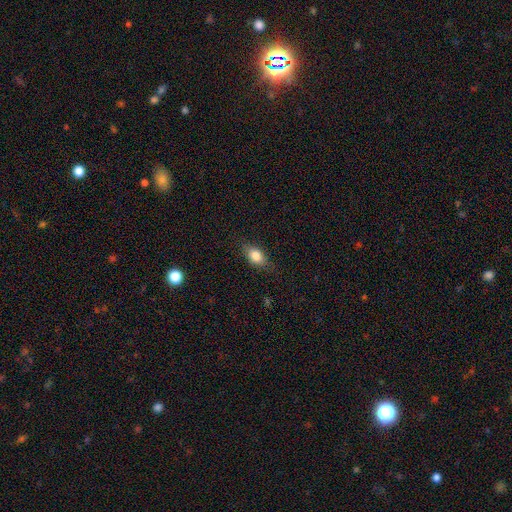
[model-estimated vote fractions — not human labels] A smooth galaxy with no disk features (78%) that is in between round and cigar-shaped (77%).

Vote fractions:
- Smooth or featured? smooth: 78% / featured or disk: 13% / star or artifact: 8%
- How rounded? in between: 77% / round: 16% / cigar-shaped: 7%
- Merging? none: 78% / minor disturbance: 17% / major disturbance: 4% / merger: 1%